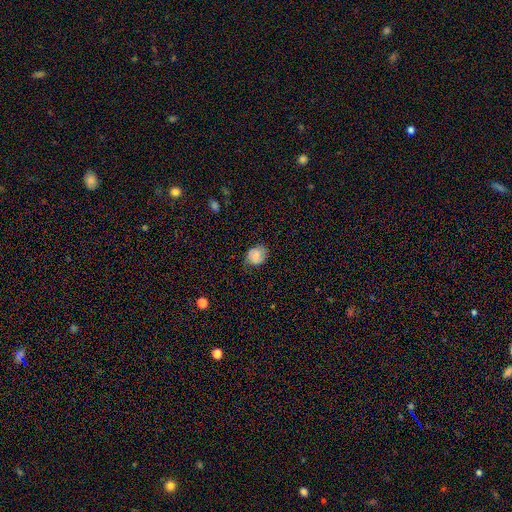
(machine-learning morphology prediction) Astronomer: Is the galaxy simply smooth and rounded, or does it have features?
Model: smooth — 57% (runner-up: featured or disk, 33%).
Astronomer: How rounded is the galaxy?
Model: round — 61% (runner-up: in between, 38%).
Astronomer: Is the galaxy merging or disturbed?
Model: none — 72%.